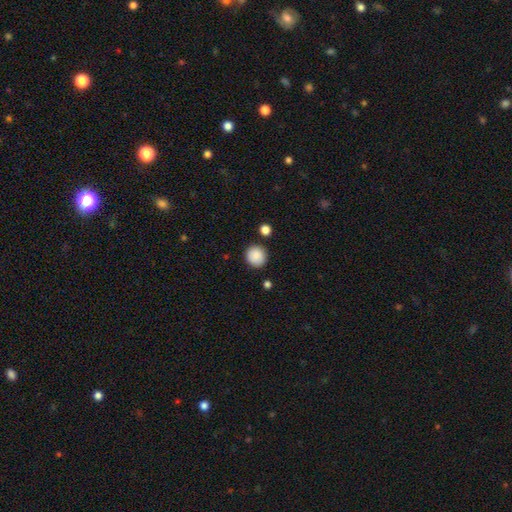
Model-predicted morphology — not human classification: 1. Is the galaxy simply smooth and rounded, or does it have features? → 89% smooth, 8% star or artifact, 3% featured or disk.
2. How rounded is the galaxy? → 92% round, 7% in between, 1% cigar-shaped.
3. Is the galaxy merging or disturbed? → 88% none, 7% minor disturbance, 3% merger, 2% major disturbance.